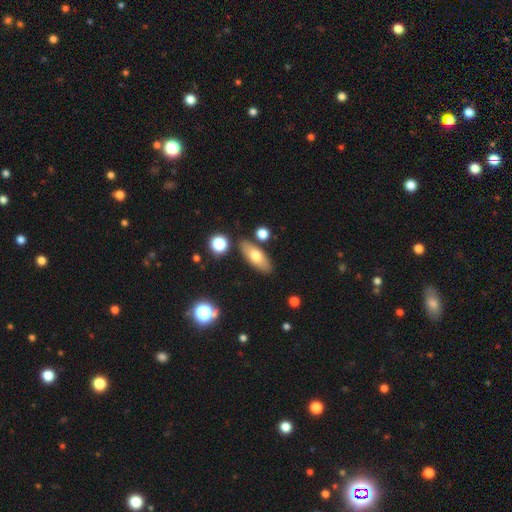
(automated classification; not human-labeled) Smooth or featured? Predicted: smooth (p=0.67). How rounded? Predicted: in between (p=0.74). Merging? Predicted: none (p=0.83).